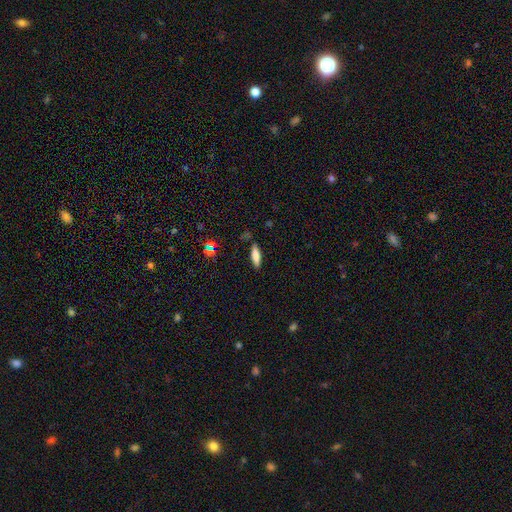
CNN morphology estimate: Smooth or featured? smooth (74%)
How rounded? cigar-shaped (64%)
Merging? none (84%)